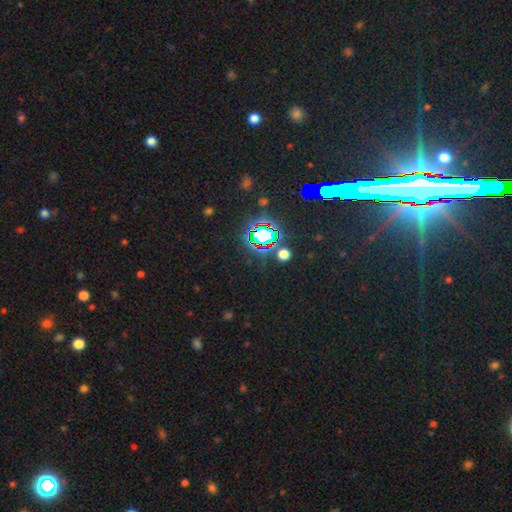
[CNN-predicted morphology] The model was most divided on "smooth or featured": star or artifact: 80%, featured or disk: 11%, smooth: 9%.